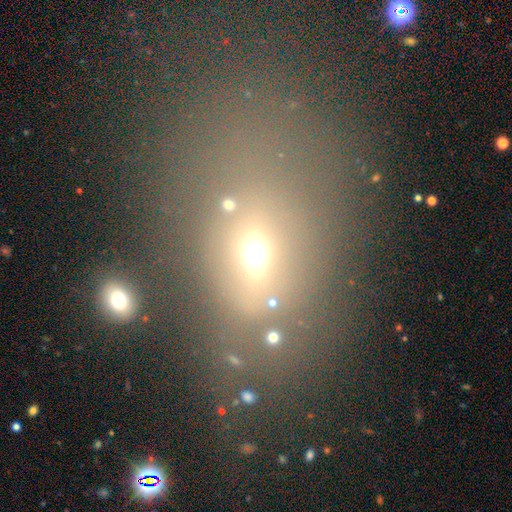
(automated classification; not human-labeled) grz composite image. It shows a smooth galaxy with no disk features (55%) that is in between round and cigar-shaped (76%). Merging: none (54%).